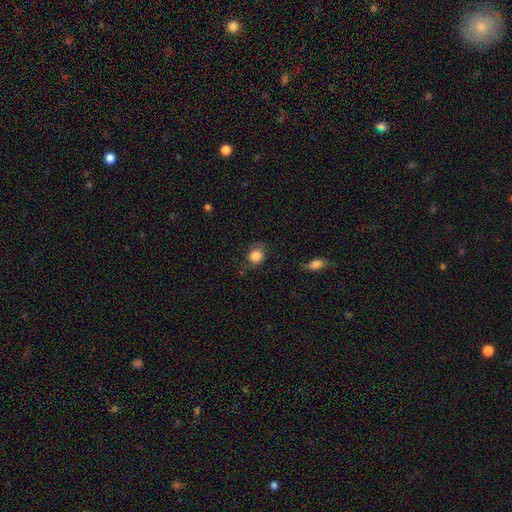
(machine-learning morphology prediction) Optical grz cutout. It shows a smooth galaxy with no disk features (84%) that is round (66%). Merging: none (72%).